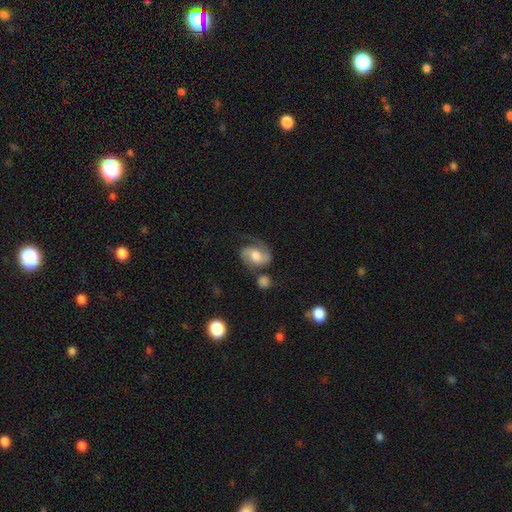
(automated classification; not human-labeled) smooth-or-featured: featured or disk: 65% | smooth: 28% | star or artifact: 8%
  disk-edge-on: no: 97% | yes: 3%
    bar: no: 48% | weak: 40% | strong: 12%
    has-spiral-arms: yes: 91% | no: 9%
      spiral-winding: medium: 48% | loose: 30% | tight: 22%
      spiral-arm-count: 2: 71% | 1: 19% | can't tell: 7% | 3: 1% | 4: 1% | more than 4: 1%
    bulge-size: moderate: 57% | large: 23% | small: 13% | none: 4% | dominant: 2%
  merging: none: 48% | minor disturbance: 23% | major disturbance: 19% | merger: 9%